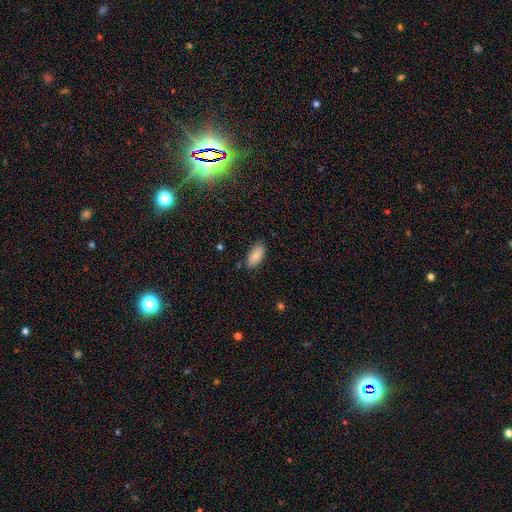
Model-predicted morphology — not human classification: The model was most divided on "merging": none: 83%, minor disturbance: 13%, major disturbance: 3%, merger: 2%. More confident: how rounded — in between (92%); smooth or featured — smooth (85%).